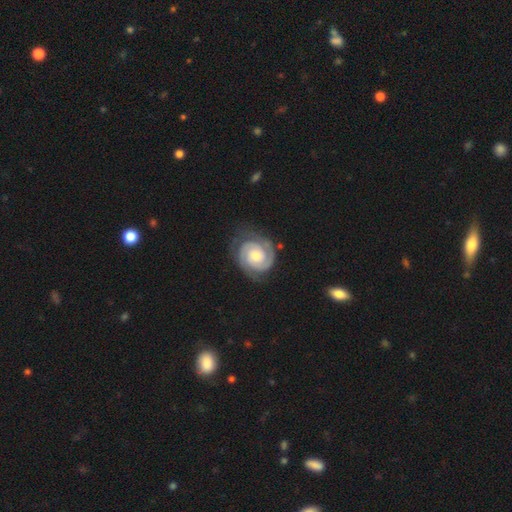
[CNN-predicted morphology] smooth-or-featured: featured or disk: 90% | smooth: 6% | star or artifact: 4%
  disk-edge-on: no: 98% | yes: 2%
    bar: no: 71% | weak: 23% | strong: 7%
    has-spiral-arms: yes: 98% | no: 2%
      spiral-winding: tight: 76% | medium: 21% | loose: 3%
      spiral-arm-count: 2: 86% | 3: 5% | can't tell: 4% | 1: 2% | 4: 1% | more than 4: 1%
    bulge-size: moderate: 62% | small: 30% | large: 5% | none: 2% | dominant: 1%
  merging: none: 79% | minor disturbance: 14% | major disturbance: 5% | merger: 1%